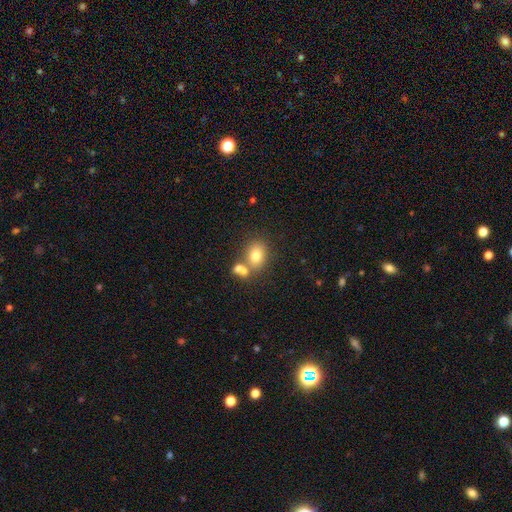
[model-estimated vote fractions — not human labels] smooth_or_featured: smooth (p=0.77) [alt: featured or disk p=0.13]
how_rounded: in between (p=0.63) [alt: round p=0.36]
merging: none (p=0.52) [alt: merger p=0.33]